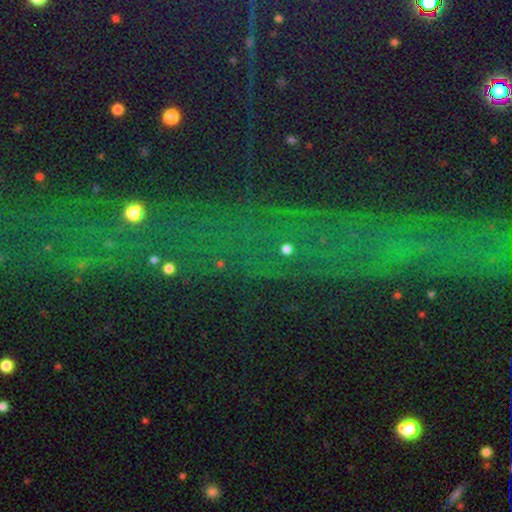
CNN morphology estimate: Smooth or featured? Predicted: star or artifact (p=0.77).